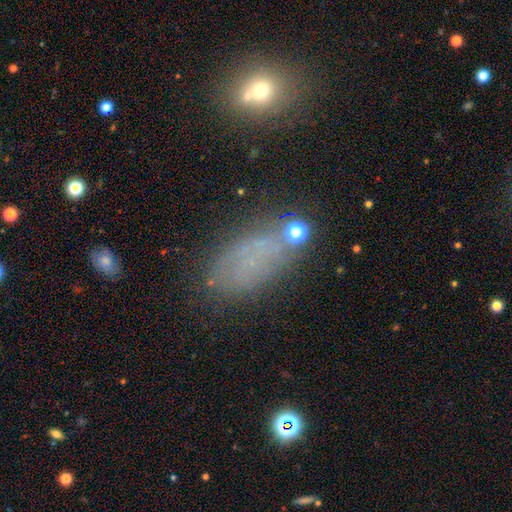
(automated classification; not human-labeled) Smooth or featured: smooth — 53% (featured or disk — 25%)
How rounded: in between — 88% (round — 8%)
Merging: none — 62% (minor disturbance — 22%)